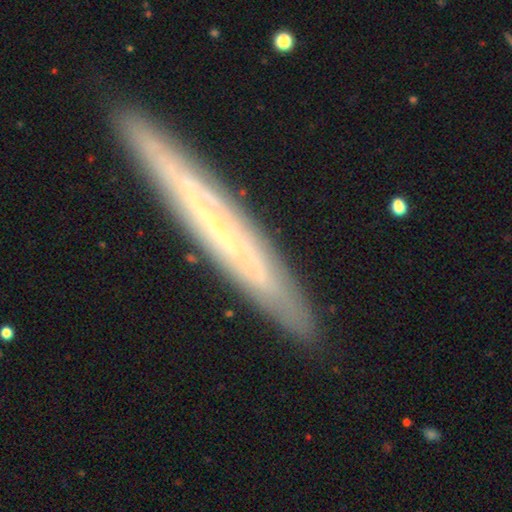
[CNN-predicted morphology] Smooth or featured? featured or disk (70%)
Edge-on disk? yes (78%)
Edge-on bulge? none (79%)
Merging? none (85%)